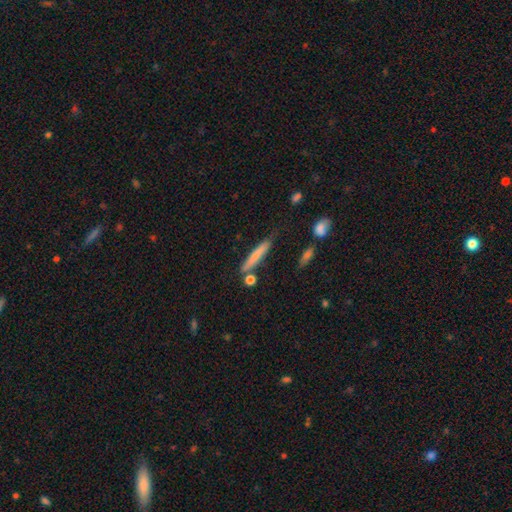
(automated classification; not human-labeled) smooth 64%, featured or disk 29%, star or artifact 7%. Down the decision tree: how rounded — cigar-shaped (92%); merging — none (72%).